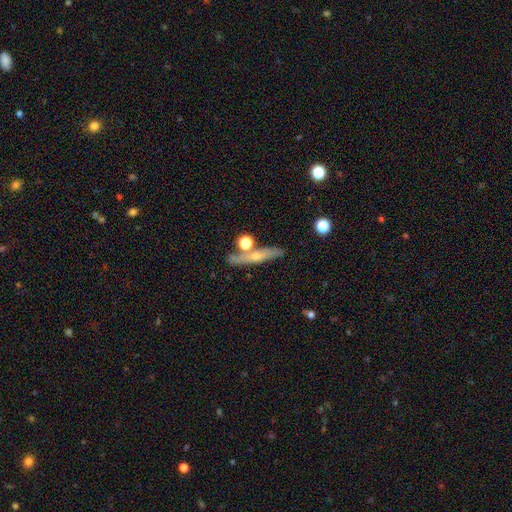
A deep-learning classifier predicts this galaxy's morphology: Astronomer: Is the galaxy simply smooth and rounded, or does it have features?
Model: featured or disk — 53% (runner-up: smooth, 38%).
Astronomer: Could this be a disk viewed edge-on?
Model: yes — 88%.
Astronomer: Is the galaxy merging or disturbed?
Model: none — 75%.